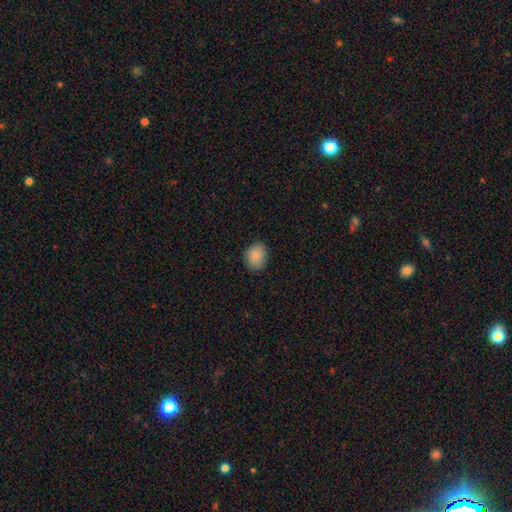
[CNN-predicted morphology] type=smooth (89%); roundness=in between (52%); merging=none (84%).